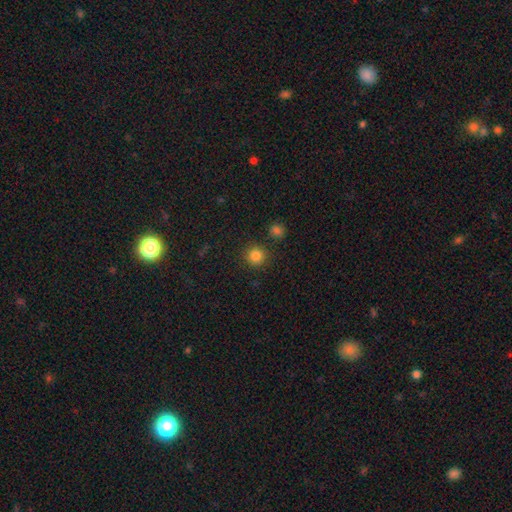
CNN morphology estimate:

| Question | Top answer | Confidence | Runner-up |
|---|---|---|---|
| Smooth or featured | smooth | 84% | star or artifact (12%) |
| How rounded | round | 94% | in between (5%) |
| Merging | none | 87% | minor disturbance (6%) |